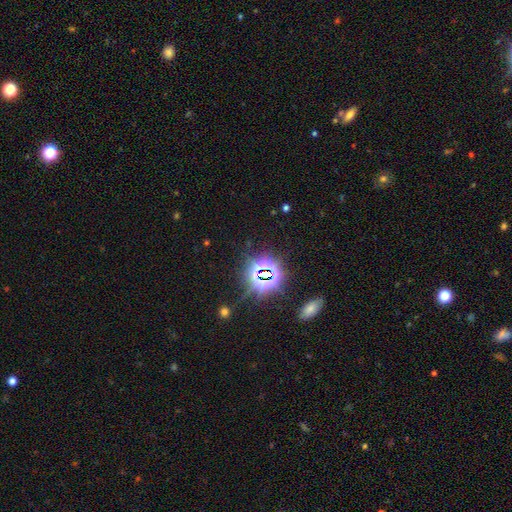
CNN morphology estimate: Smooth or featured?
  - star or artifact: 78% *
  - smooth: 14%
  - featured or disk: 8%